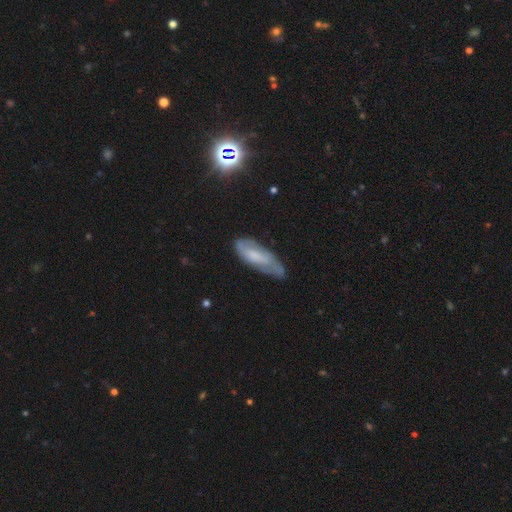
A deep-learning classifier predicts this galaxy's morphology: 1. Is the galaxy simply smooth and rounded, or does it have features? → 48% smooth, 43% featured or disk, 9% star or artifact.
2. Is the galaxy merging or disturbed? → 53% none, 33% minor disturbance, 11% major disturbance, 3% merger.